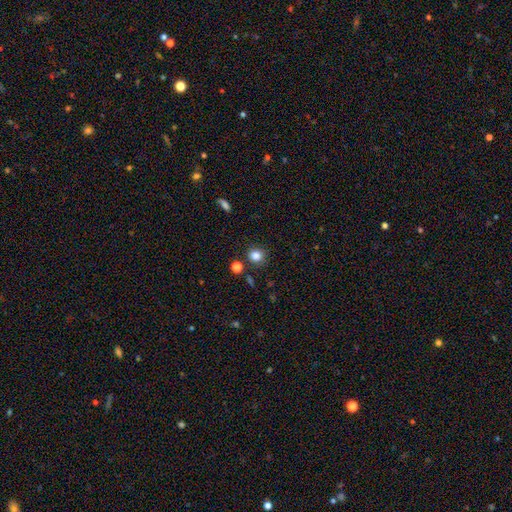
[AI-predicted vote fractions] This is clearly a smooth galaxy (82%). How rounded: clearly round (87%). Merging: clearly none (85%).